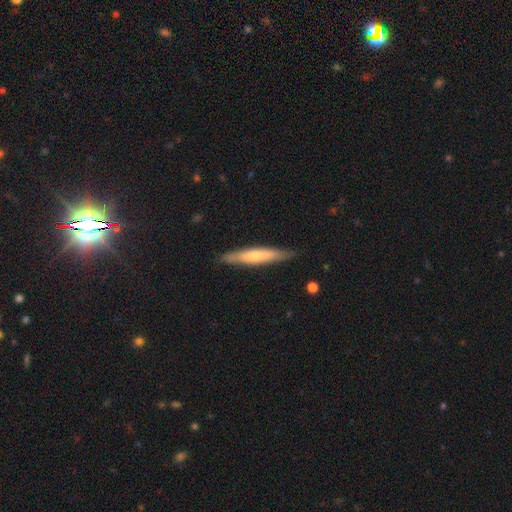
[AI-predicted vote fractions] Morphology: type=smooth (56%); roundness=cigar-shaped (90%); merging=none (85%).